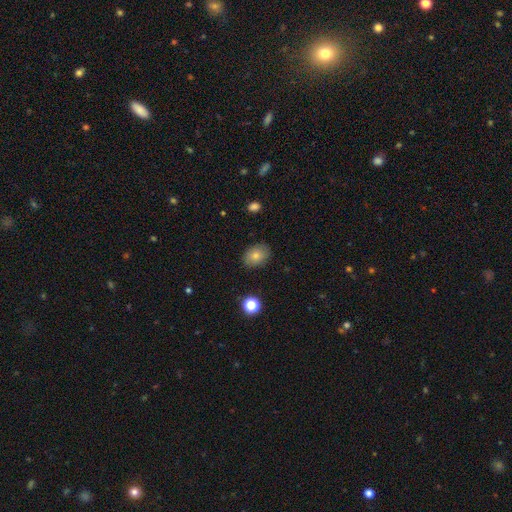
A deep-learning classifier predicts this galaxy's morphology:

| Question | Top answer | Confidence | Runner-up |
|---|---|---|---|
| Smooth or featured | smooth | 78% | featured or disk (12%) |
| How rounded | in between | 75% | round (24%) |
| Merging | none | 86% | minor disturbance (10%) |